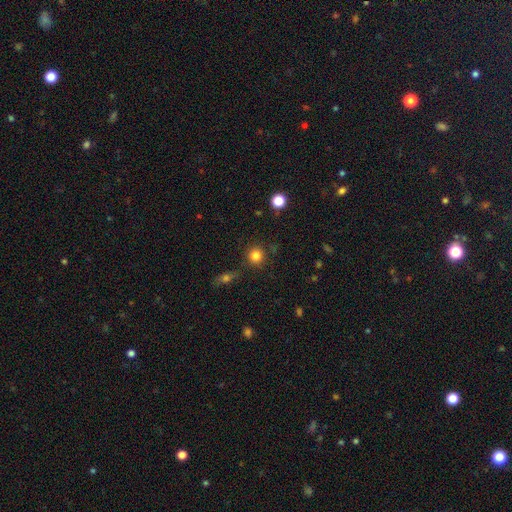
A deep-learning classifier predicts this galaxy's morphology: The model was most divided on "smooth or featured": smooth: 82%, star or artifact: 12%, featured or disk: 5%. More confident: how rounded — round (93%); merging — none (85%).